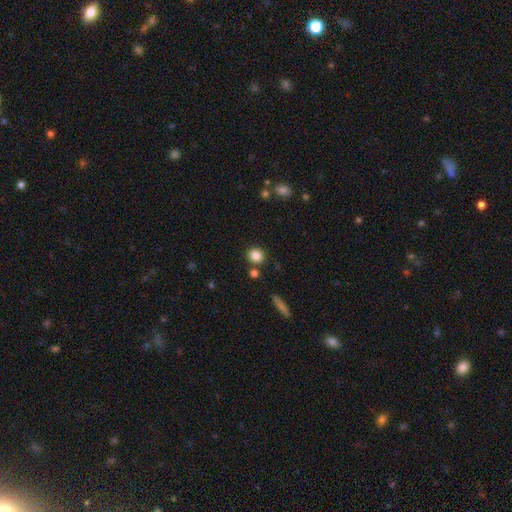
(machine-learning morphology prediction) This appears to be a smooth galaxy with no disk features (84%) that is round (88%). Merging: none (84%).